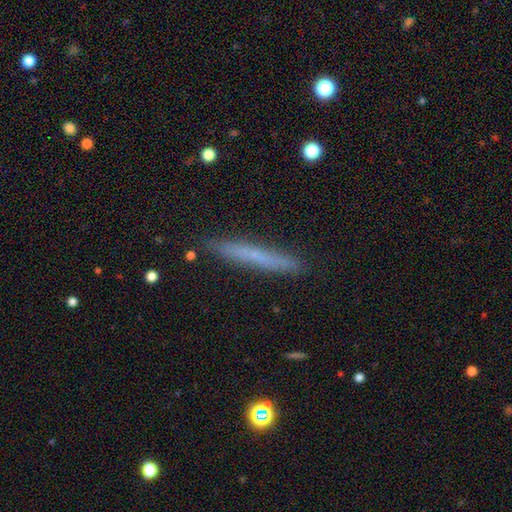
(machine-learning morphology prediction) A smooth galaxy with no disk features (60%) that is cigar-shaped (96%). Merging: none (89%).